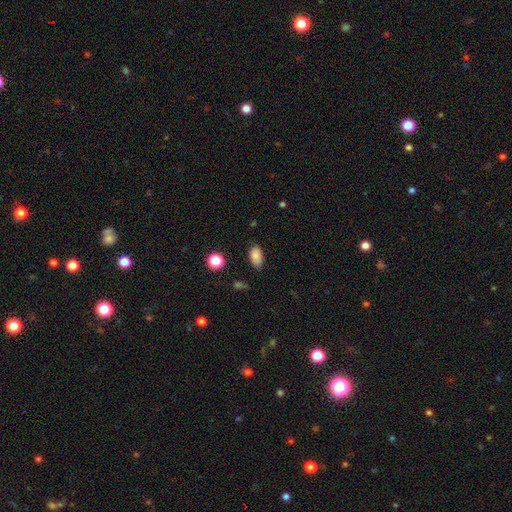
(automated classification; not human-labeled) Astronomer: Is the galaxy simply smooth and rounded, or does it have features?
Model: smooth — 85%.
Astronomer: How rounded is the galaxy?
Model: in between — 91%.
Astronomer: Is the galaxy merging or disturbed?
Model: none — 76%.